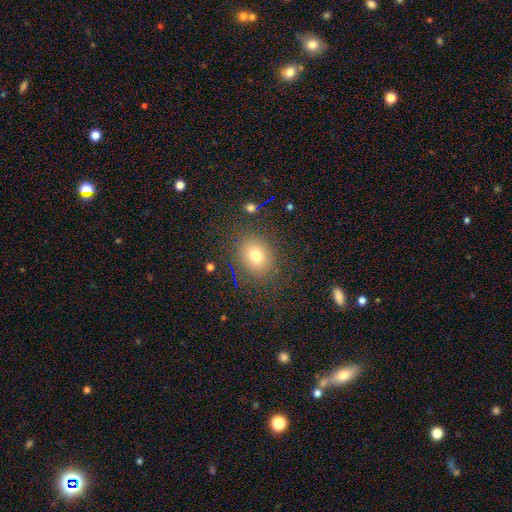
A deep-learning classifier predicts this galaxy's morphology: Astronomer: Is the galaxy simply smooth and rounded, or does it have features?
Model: smooth — 75%.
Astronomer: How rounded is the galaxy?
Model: round — 62% (runner-up: in between, 37%).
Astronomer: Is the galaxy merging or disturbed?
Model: none — 85%.